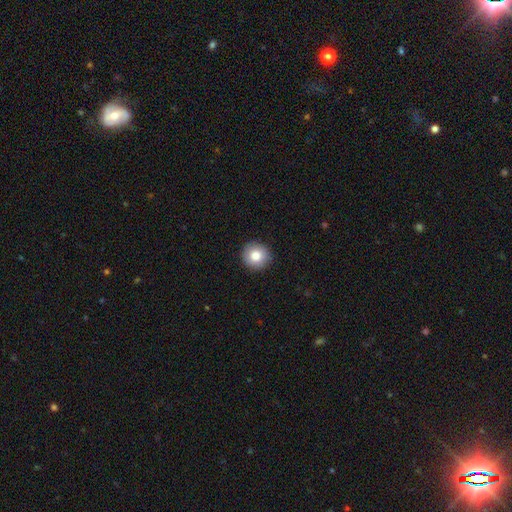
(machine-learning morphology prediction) A smooth galaxy with no disk features (83%) that is round (93%).

Vote fractions:
- Smooth or featured? smooth: 83% / featured or disk: 9% / star or artifact: 9%
- How rounded? round: 93% / in between: 6% / cigar-shaped: 1%
- Merging? none: 92% / minor disturbance: 6% / major disturbance: 2% / merger: 1%